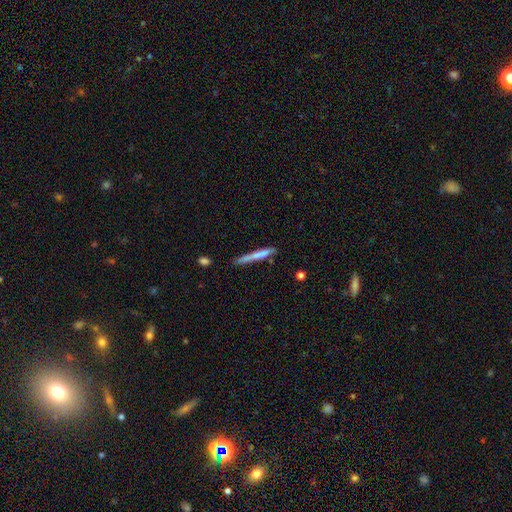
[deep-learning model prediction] Smooth or featured? Predicted: featured or disk (p=0.43). Merging? Predicted: none (p=0.79).